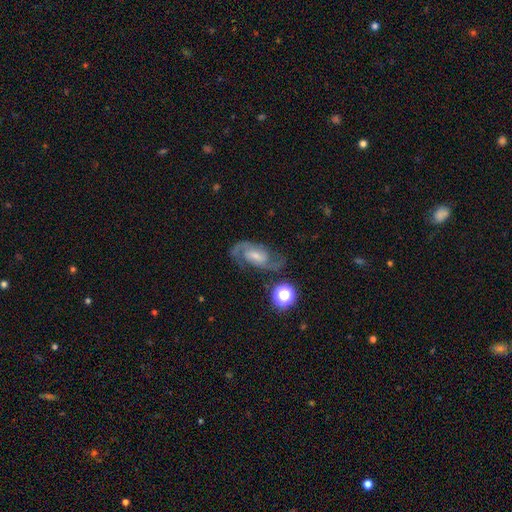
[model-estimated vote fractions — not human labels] Smooth or featured: featured or disk — 86% (star or artifact — 7%)
Edge-on disk: no — 97% (yes — 3%)
Bar: weak — 47% (no — 35%)
Spiral arms: yes — 98% (no — 2%)
Spiral winding: medium — 58% (tight — 26%)
Spiral arm count: 2 — 91% (can't tell — 3%)
Bulge size: small — 48% (moderate — 38%)
Merging: none — 77% (minor disturbance — 14%)